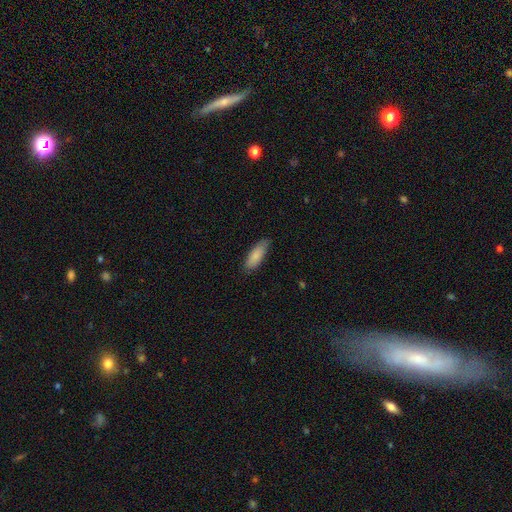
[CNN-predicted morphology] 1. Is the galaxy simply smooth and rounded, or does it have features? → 87% smooth, 7% featured or disk, 6% star or artifact.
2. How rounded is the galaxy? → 60% in between, 39% cigar-shaped, 2% round.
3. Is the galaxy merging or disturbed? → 80% none, 17% minor disturbance, 3% major disturbance, 1% merger.